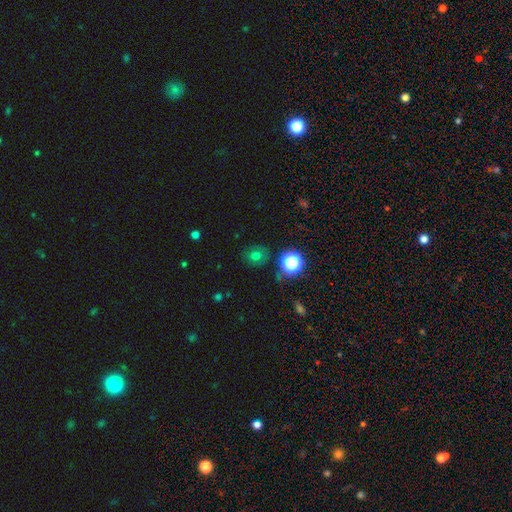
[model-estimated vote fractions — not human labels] Morphology: type=smooth (64%); roundness=round (80%); merging=none (82%).